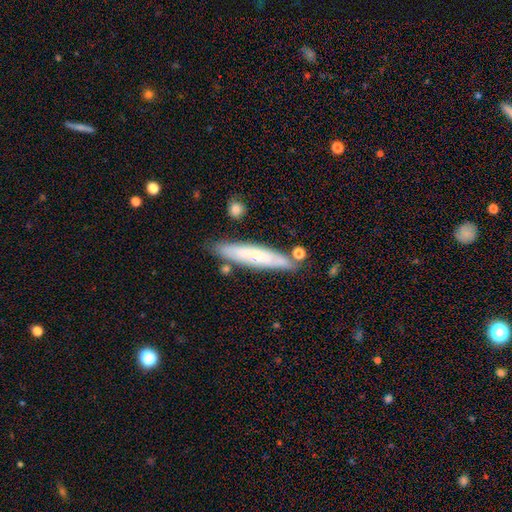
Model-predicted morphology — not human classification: Smooth or featured?
  - smooth: 59% *
  - featured or disk: 34%
  - star or artifact: 6%
How rounded?
  - cigar-shaped: 88% *
  - in between: 11%
  - round: 1%
Merging?
  - none: 78% *
  - minor disturbance: 14%
  - merger: 6%
  - major disturbance: 3%